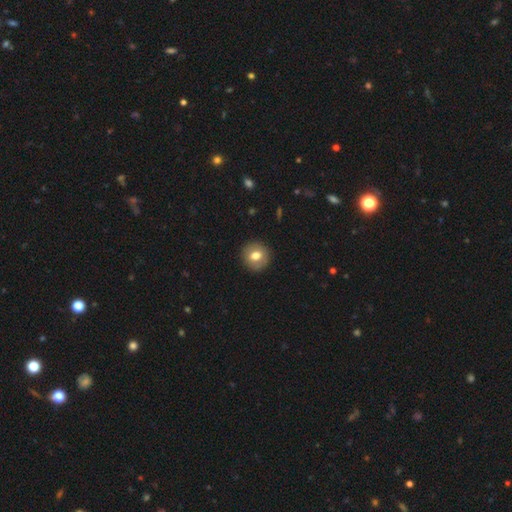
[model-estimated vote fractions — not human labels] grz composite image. It shows a smooth galaxy with no disk features (73%) that is round (90%). Merging: none (90%).